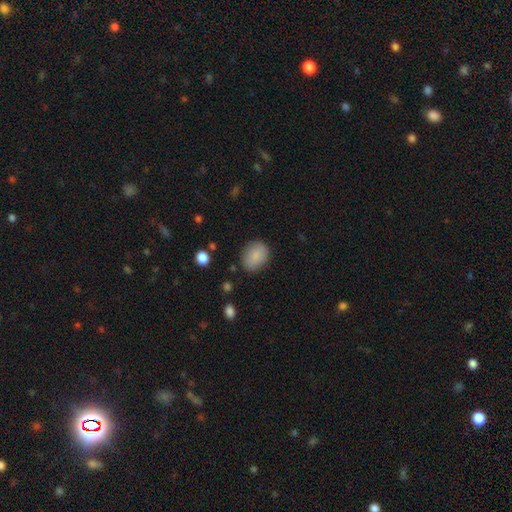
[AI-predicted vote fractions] Smooth or featured: smooth — 86% (star or artifact — 8%)
How rounded: in between — 60% (round — 39%)
Merging: none — 82% (minor disturbance — 13%)